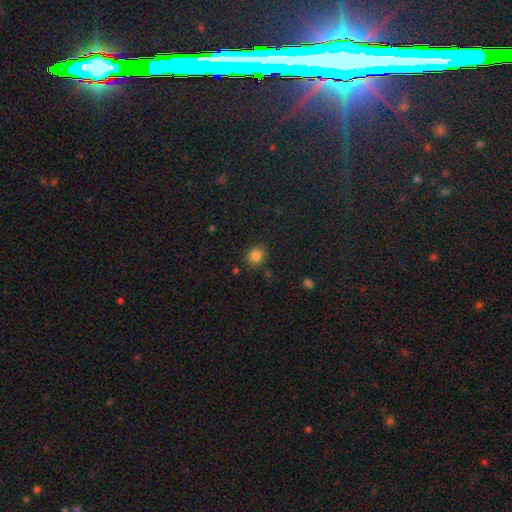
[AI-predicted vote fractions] Overall: smooth (83%). How rounded: round (70%). Merging: none (83%).